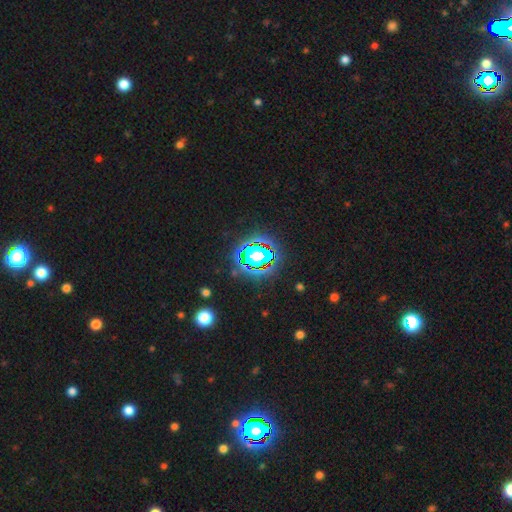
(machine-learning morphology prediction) This appears to be a star or artifact, not a galaxy (82%).